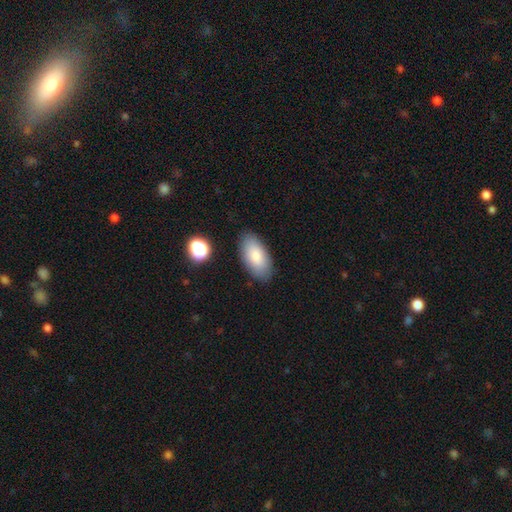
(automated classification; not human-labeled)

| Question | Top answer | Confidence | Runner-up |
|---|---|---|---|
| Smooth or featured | smooth | 83% | featured or disk (10%) |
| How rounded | in between | 94% | cigar-shaped (4%) |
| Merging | none | 84% | minor disturbance (11%) |